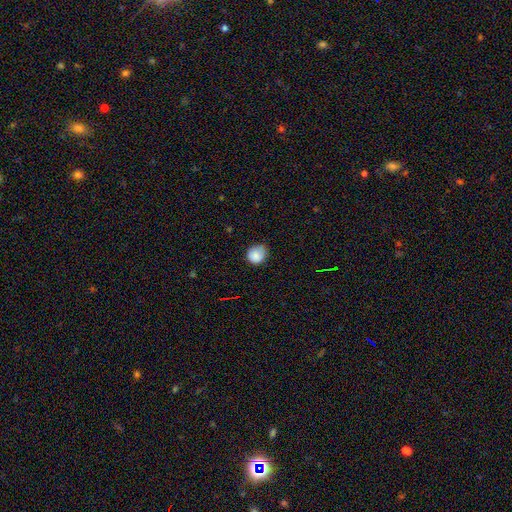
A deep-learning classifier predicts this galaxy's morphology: The model was most divided on "merging": none: 64%, minor disturbance: 29%, major disturbance: 6%, merger: 1%. More confident: smooth or featured — smooth (85%); how rounded — round (78%).